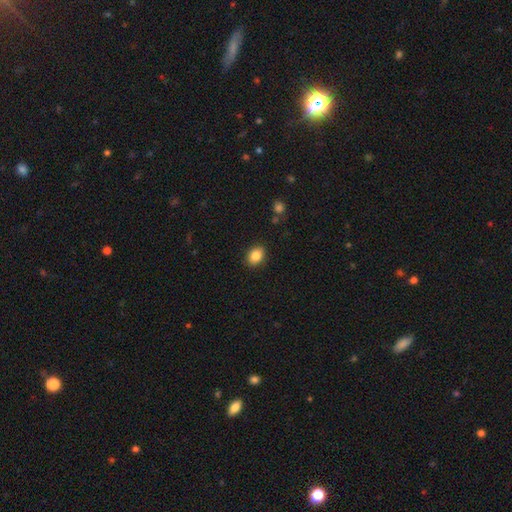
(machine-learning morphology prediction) type=smooth (85%); roundness=in between (71%); merging=none (89%).